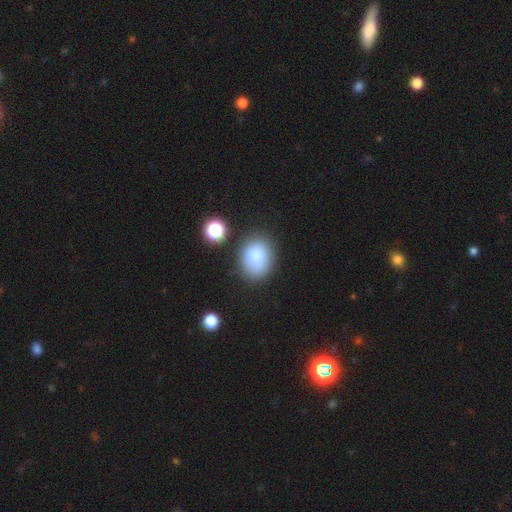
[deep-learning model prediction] A smooth galaxy with no disk features (84%) that is in between round and cigar-shaped (59%).

Vote fractions:
- Smooth or featured? smooth: 84% / star or artifact: 10% / featured or disk: 7%
- How rounded? in between: 59% / round: 40% / cigar-shaped: 1%
- Merging? none: 75% / minor disturbance: 15% / merger: 5% / major disturbance: 4%